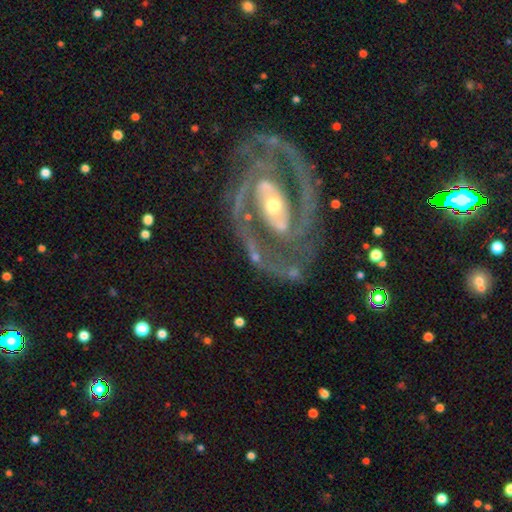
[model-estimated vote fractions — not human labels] Smooth or featured: featured or disk — 92% (star or artifact — 5%)
Edge-on disk: no — 97% (yes — 3%)
Bar: strong — 36% (no — 35%)
Spiral arms: yes — 97% (no — 3%)
Spiral winding: medium — 47% (tight — 44%)
Spiral arm count: 2 — 88% (3 — 4%)
Bulge size: moderate — 50% (small — 42%)
Merging: none — 77% (minor disturbance — 14%)